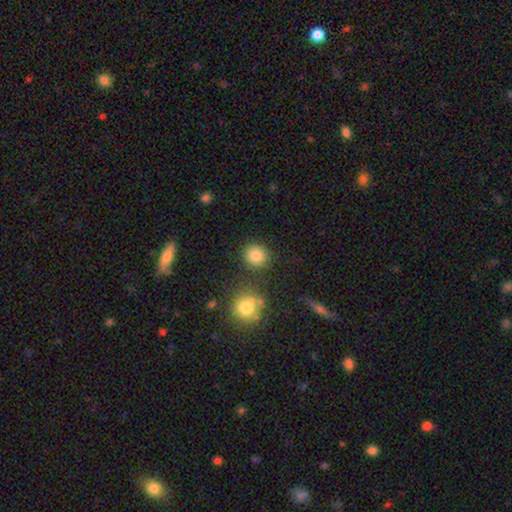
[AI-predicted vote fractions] This is clearly a smooth galaxy (83%). How rounded: clearly round (88%). Merging: clearly none (85%).